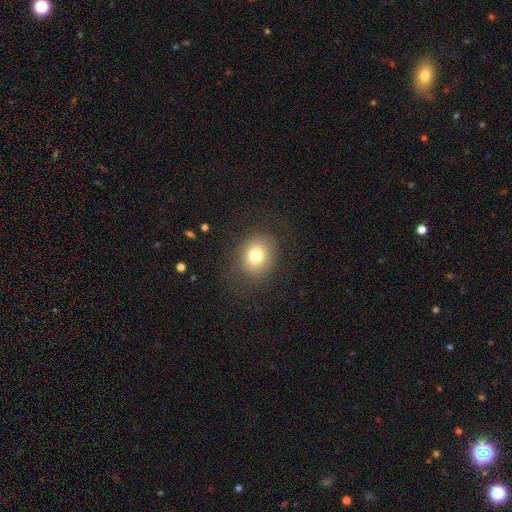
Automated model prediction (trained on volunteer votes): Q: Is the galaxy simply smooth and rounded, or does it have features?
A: smooth — 76%.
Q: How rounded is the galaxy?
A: round — 63%.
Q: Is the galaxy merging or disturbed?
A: none — 81%.